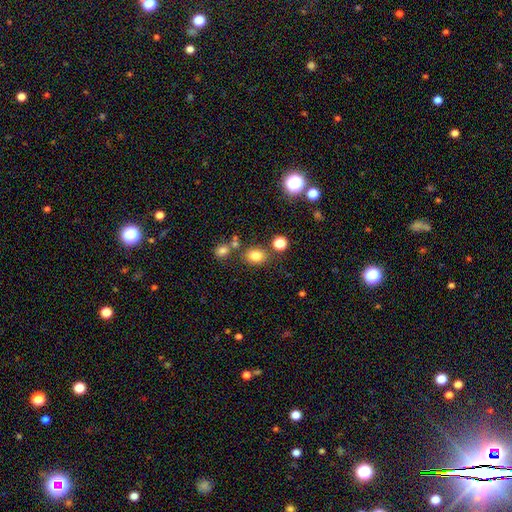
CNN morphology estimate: smooth-or-featured: smooth: 80% | star or artifact: 13% | featured or disk: 7%
  how-rounded: in between: 55% | round: 44% | cigar-shaped: 1%
  merging: none: 74% | minor disturbance: 12% | merger: 10% | major disturbance: 4%